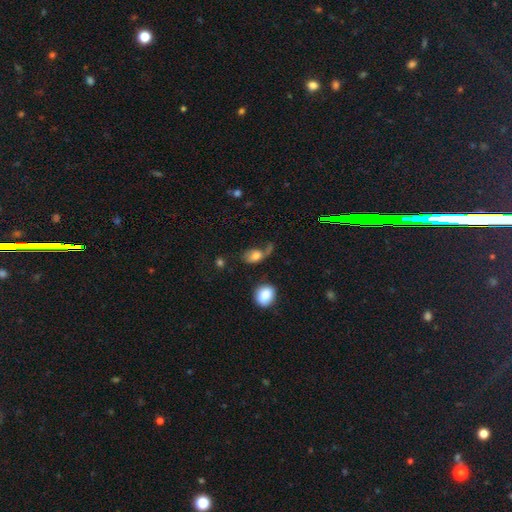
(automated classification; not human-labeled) This is likely a smooth galaxy (68%). How rounded: likely in between (77%). Merging: marginally major disturbance (35%).